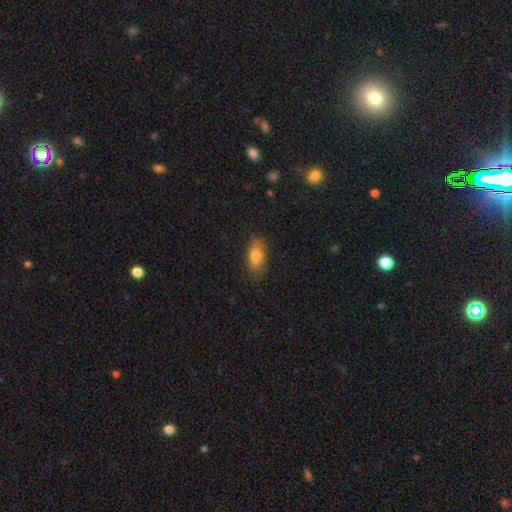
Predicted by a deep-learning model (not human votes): A smooth galaxy with no disk features (78%) that is in between round and cigar-shaped (82%). Merging: none (80%).